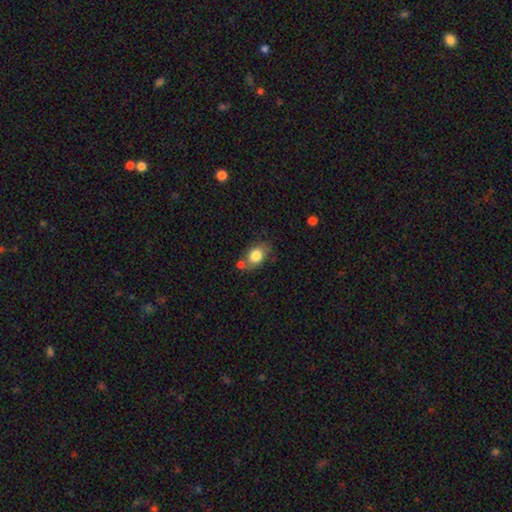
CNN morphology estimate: Smooth or featured? smooth (81%)
How rounded? in between (73%)
Merging? none (59%)